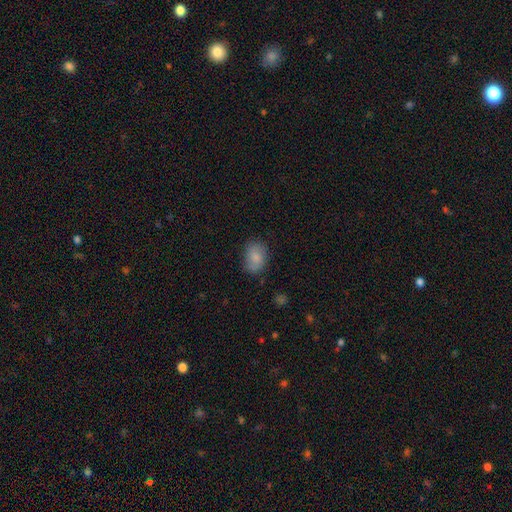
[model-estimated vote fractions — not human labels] Smooth or featured: smooth — 84% (featured or disk — 9%)
How rounded: in between — 73% (round — 26%)
Merging: none — 73% (minor disturbance — 20%)